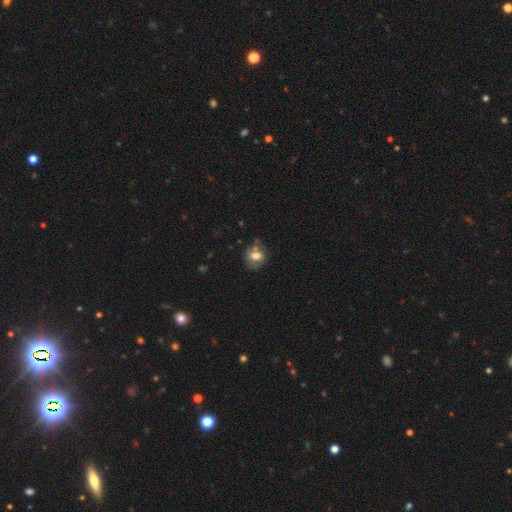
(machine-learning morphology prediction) Smooth or featured? Predicted: smooth (p=0.67). How rounded? Predicted: round (p=0.57). Merging? Predicted: none (p=0.56).